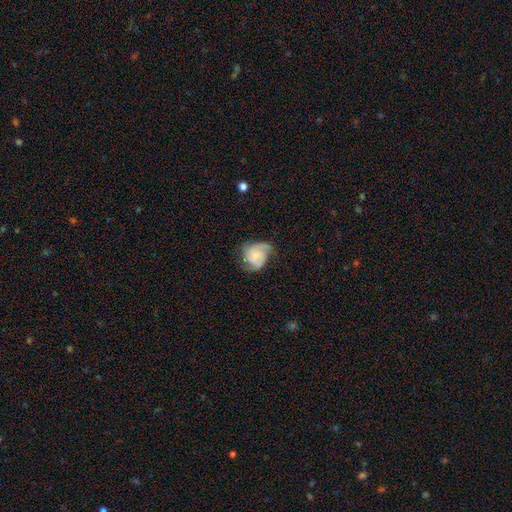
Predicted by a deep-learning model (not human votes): Smooth or featured? Predicted: featured or disk (p=0.67). Edge-on disk? Predicted: no (p=0.98). Bar? Predicted: no (p=0.71). Spiral arms? Predicted: yes (p=0.92). Spiral winding? Predicted: tight (p=0.44). Spiral arm count? Predicted: 2 (p=0.37). Bulge size? Predicted: small (p=0.49). Merging? Predicted: none (p=0.51).